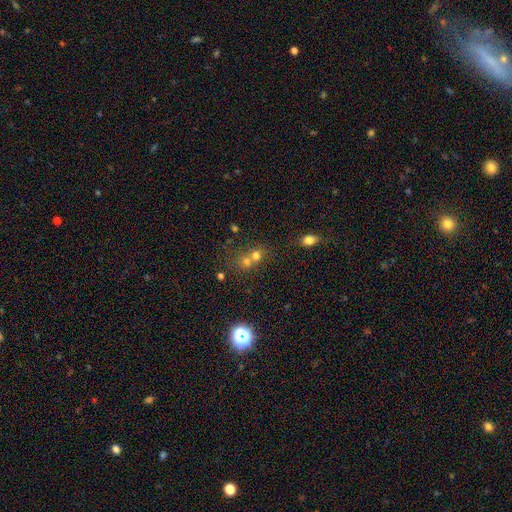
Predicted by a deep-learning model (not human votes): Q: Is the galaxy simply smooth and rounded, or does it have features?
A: smooth — 69%.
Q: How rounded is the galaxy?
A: round — 77%.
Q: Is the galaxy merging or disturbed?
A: merger — 57%.